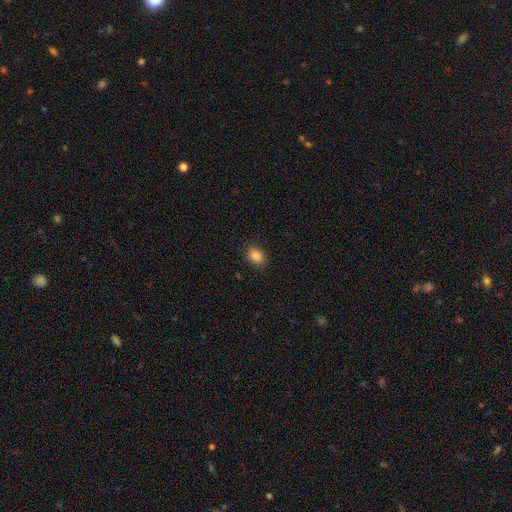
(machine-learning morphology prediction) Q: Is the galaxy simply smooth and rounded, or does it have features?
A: smooth — 86%.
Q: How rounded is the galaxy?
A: in between — 64%.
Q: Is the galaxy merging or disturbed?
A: none — 88%.